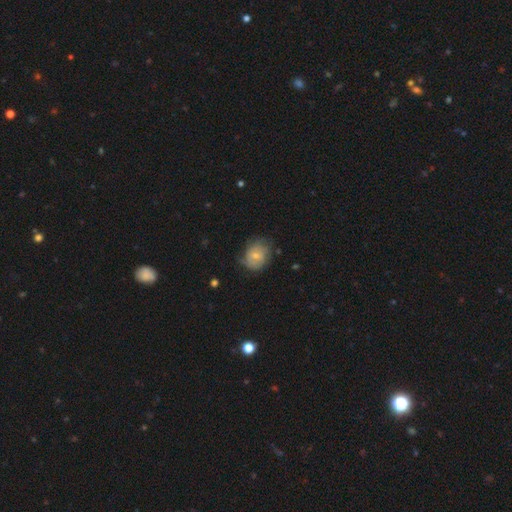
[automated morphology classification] Smooth or featured? smooth (58%)
How rounded? round (56%)
Merging? none (55%)